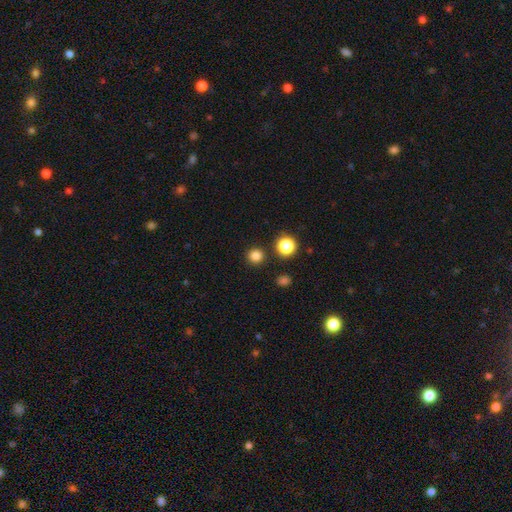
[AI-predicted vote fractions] The model was most divided on "smooth or featured": smooth: 82%, star or artifact: 14%, featured or disk: 4%. More confident: how rounded — round (95%); merging — none (90%).